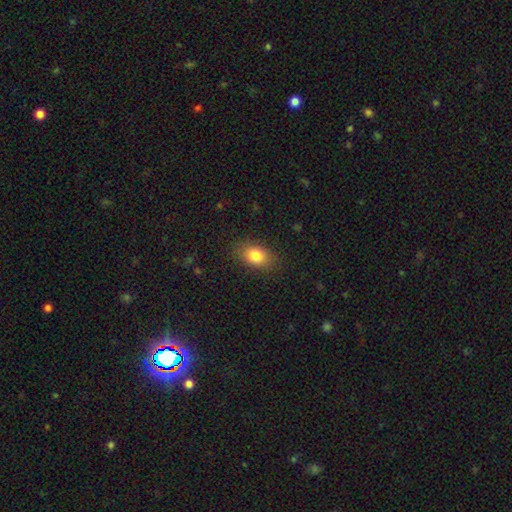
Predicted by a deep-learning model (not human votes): Q: Smooth or featured?
A: smooth (83%); runner-up: star or artifact (9%)
Q: How rounded?
A: in between (77%); runner-up: round (21%)
Q: Merging?
A: none (84%); runner-up: minor disturbance (11%)